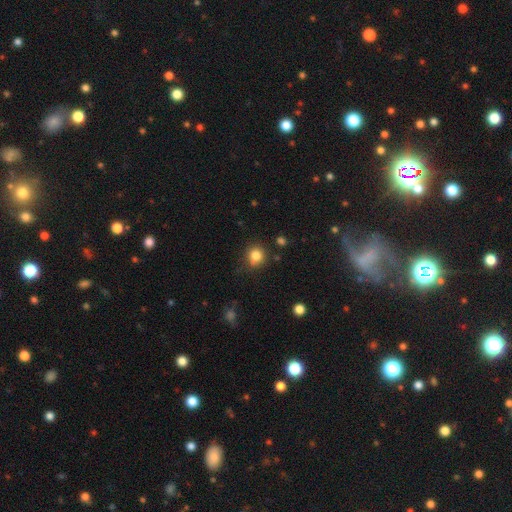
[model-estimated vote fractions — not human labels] Q: Smooth or featured?
A: smooth (83%); runner-up: star or artifact (11%)
Q: How rounded?
A: round (87%); runner-up: in between (12%)
Q: Merging?
A: none (78%); runner-up: minor disturbance (14%)